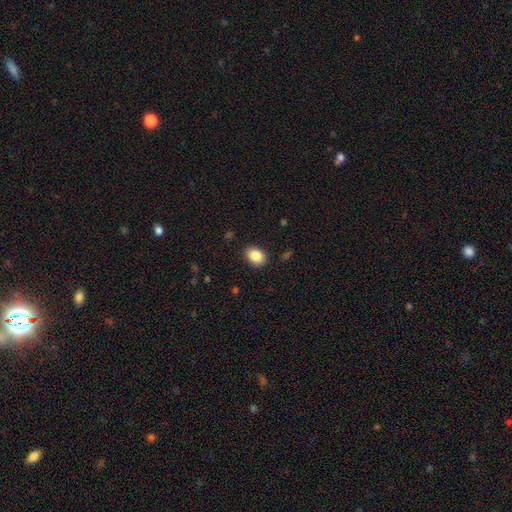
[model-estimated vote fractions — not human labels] smooth 87%, star or artifact 8%, featured or disk 4%. Down the decision tree: how rounded — in between (64%); merging — none (87%).